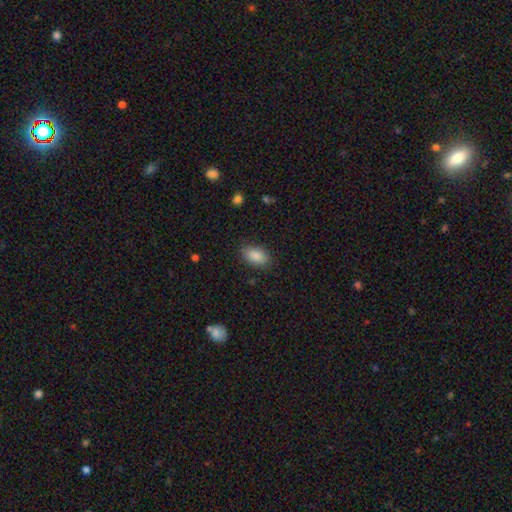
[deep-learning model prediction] smooth_or_featured: smooth (p=0.88) [alt: star or artifact p=0.07]
how_rounded: in between (p=0.92) [alt: round p=0.05]
merging: none (p=0.85) [alt: minor disturbance p=0.11]